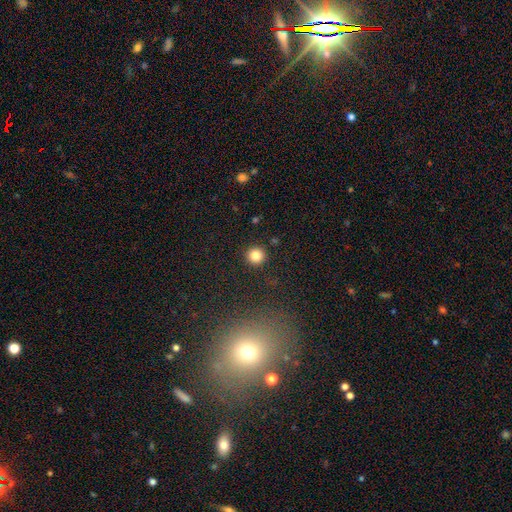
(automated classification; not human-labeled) This is clearly a smooth galaxy (83%). How rounded: clearly round (94%). Merging: clearly none (92%).